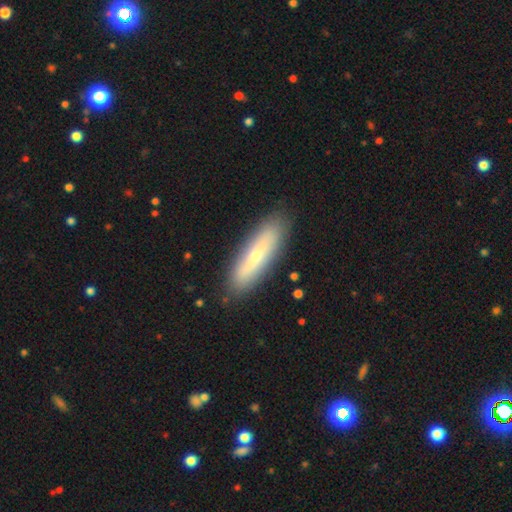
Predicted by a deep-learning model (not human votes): smooth 52%, featured or disk 41%, star or artifact 7%. Down the decision tree: how rounded — cigar-shaped (66%); merging — none (87%).